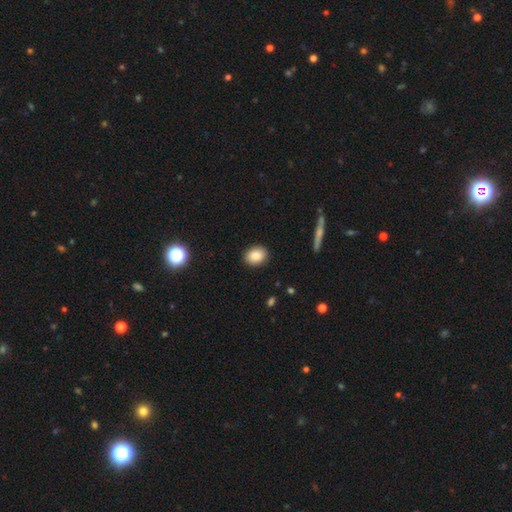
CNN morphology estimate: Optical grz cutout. It shows a smooth galaxy with no disk features (86%) that is in between round and cigar-shaped (62%). Merging: none (89%).